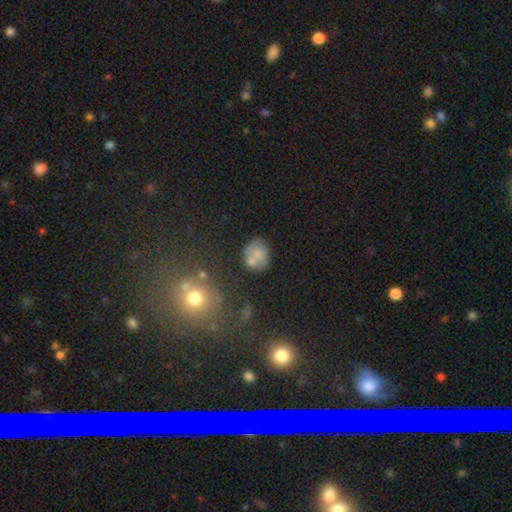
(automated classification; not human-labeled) Smooth or featured?
  - smooth: 70% *
  - featured or disk: 19%
  - star or artifact: 11%
How rounded?
  - round: 64% *
  - in between: 35%
  - cigar-shaped: 1%
Merging?
  - none: 54% *
  - merger: 20%
  - minor disturbance: 19%
  - major disturbance: 8%